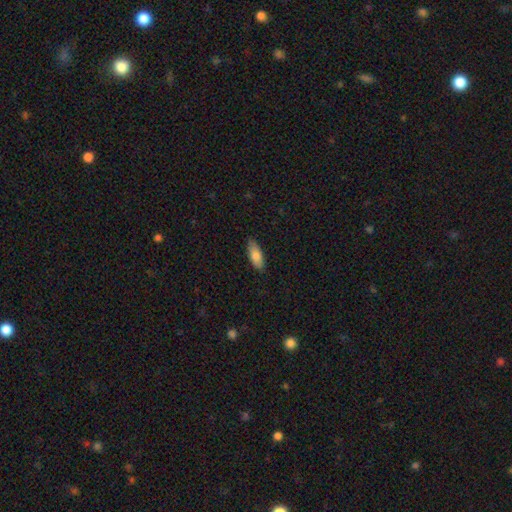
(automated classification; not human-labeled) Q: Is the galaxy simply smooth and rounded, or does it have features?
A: smooth — 83%.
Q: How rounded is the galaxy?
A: in between — 78%.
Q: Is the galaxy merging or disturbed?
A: none — 86%.